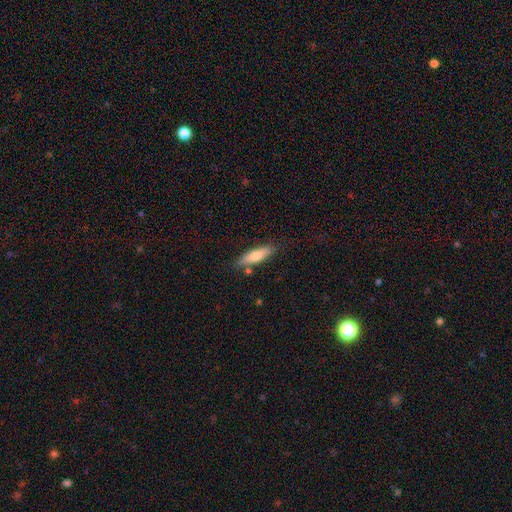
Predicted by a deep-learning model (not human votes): Morphology: type=smooth (72%); roundness=cigar-shaped (63%); merging=none (80%).